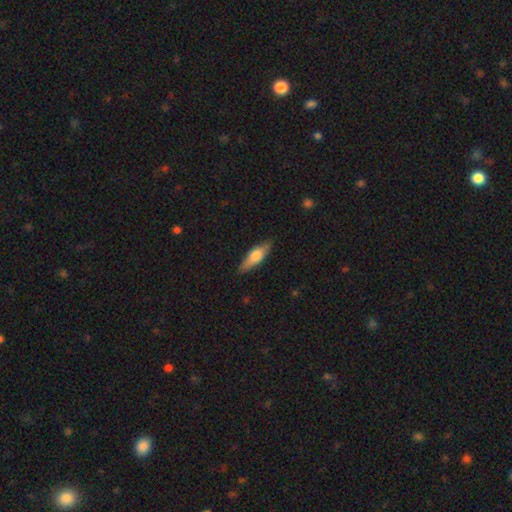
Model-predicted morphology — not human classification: Smooth or featured?
  - smooth: 64% *
  - featured or disk: 30%
  - star or artifact: 6%
How rounded?
  - in between: 53% *
  - cigar-shaped: 45%
  - round: 2%
Merging?
  - none: 83% *
  - minor disturbance: 13%
  - major disturbance: 2%
  - merger: 1%